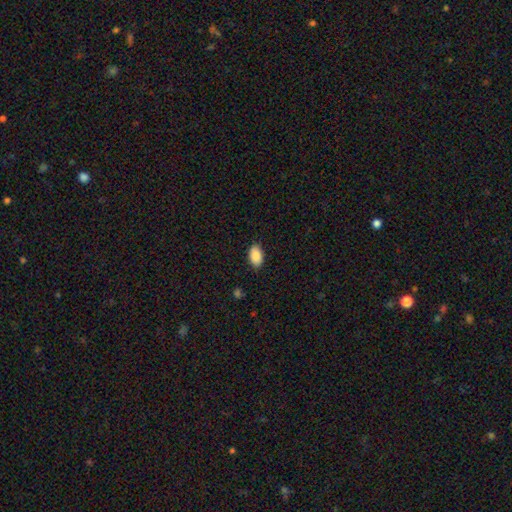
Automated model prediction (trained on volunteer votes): Morphology: type=smooth (89%); roundness=in between (93%); merging=none (87%).